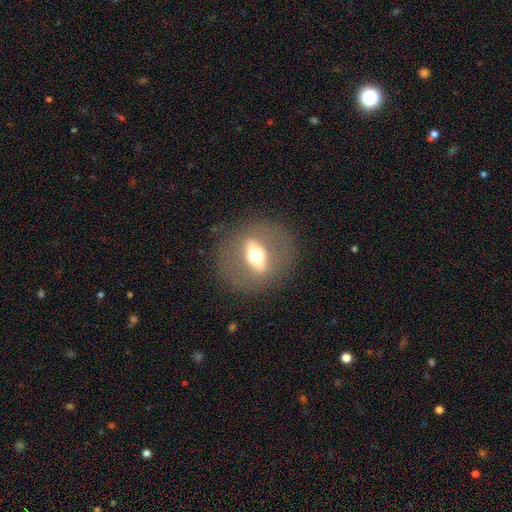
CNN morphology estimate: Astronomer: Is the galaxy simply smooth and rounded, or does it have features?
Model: featured or disk — 65%.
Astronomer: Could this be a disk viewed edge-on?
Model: no — 51% (runner-up: yes, 49%).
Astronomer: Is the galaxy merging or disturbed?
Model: none — 84%.